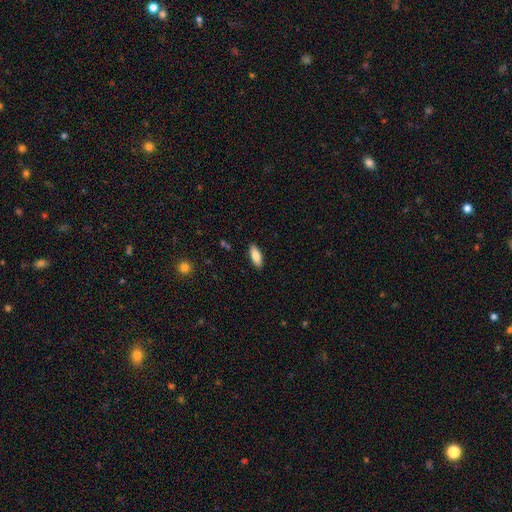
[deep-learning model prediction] Smooth or featured? smooth (81%)
How rounded? in between (73%)
Merging? none (89%)